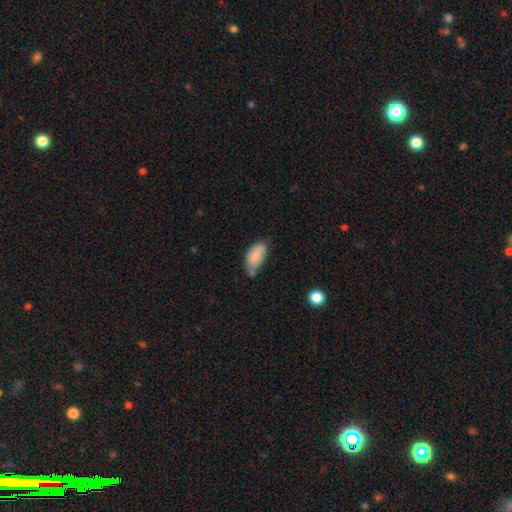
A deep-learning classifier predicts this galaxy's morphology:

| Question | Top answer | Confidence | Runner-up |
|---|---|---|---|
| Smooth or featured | smooth | 79% | featured or disk (13%) |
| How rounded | in between | 93% | cigar-shaped (4%) |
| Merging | none | 52% | minor disturbance (30%) |